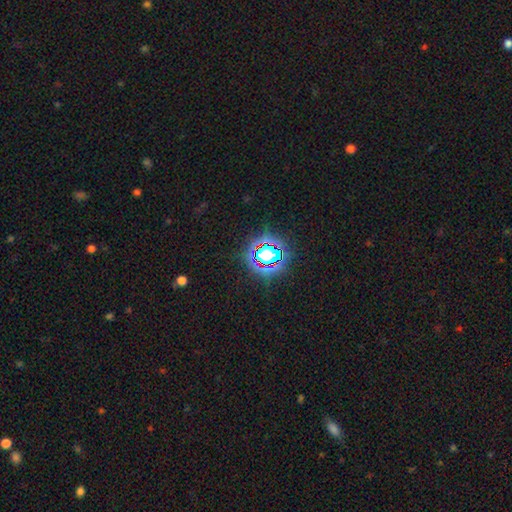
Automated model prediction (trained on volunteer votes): smooth_or_featured: star or artifact (p=0.80) [alt: smooth p=0.12]